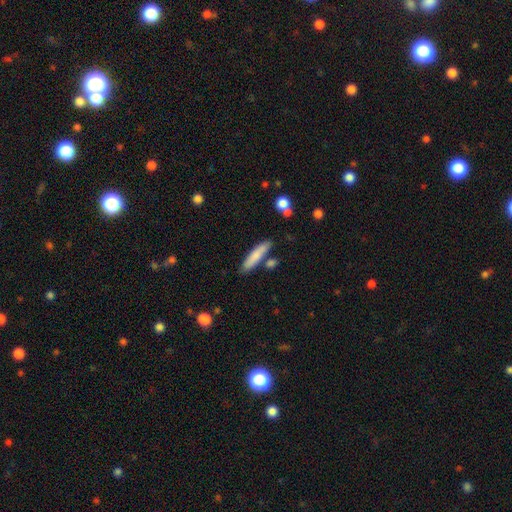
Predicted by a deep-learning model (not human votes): This appears to be a smooth galaxy with no disk features (78%) that is cigar-shaped (82%). Merging: none (79%).